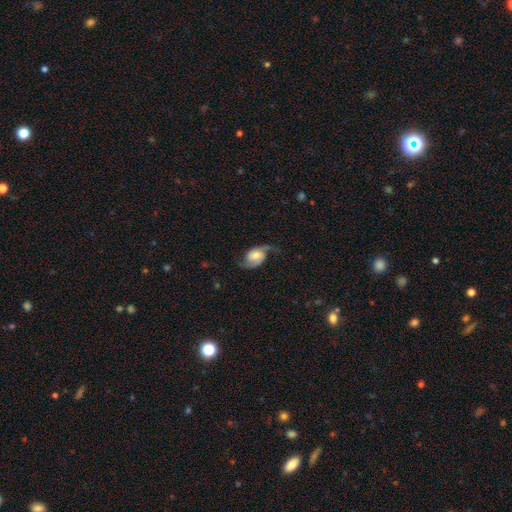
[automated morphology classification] smooth_or_featured: featured or disk (p=0.70) [alt: smooth p=0.23]
disk_edge_on: no (p=0.96) [alt: yes p=0.04]
bar: no (p=0.59) [alt: weak p=0.32]
has_spiral_arms: yes (p=0.93) [alt: no p=0.07]
spiral_winding: loose (p=0.60) [alt: medium p=0.30]
spiral_arm_count: 2 (p=0.88) [alt: 1 p=0.05]
bulge_size: moderate (p=0.47) [alt: small p=0.26]
merging: none (p=0.59) [alt: minor disturbance p=0.23]